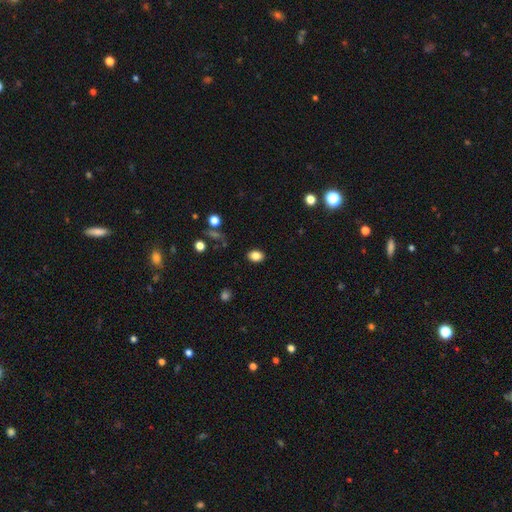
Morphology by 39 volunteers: Smooth or featured? smooth (82%)
How rounded? in between (78%)
Merging? none (86%)